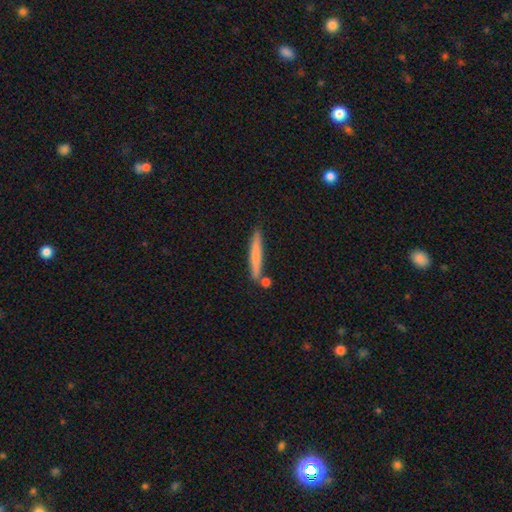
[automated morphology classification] The model was most divided on "smooth or featured": smooth: 70%, featured or disk: 24%, star or artifact: 6%. More confident: how rounded — cigar-shaped (95%); merging — none (79%).